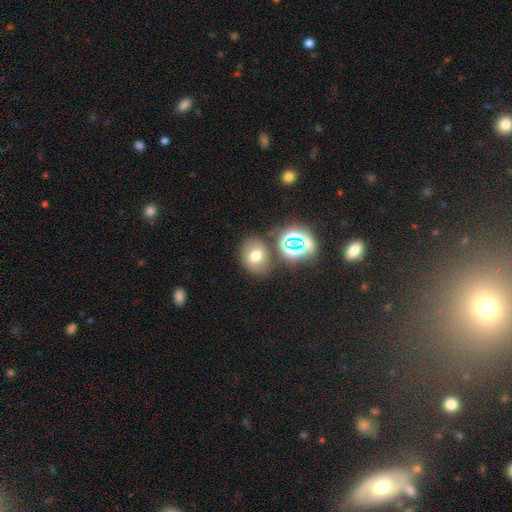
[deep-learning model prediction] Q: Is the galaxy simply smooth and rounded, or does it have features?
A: smooth — 64%.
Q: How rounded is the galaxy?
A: round — 53%.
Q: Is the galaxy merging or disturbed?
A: none — 71%.